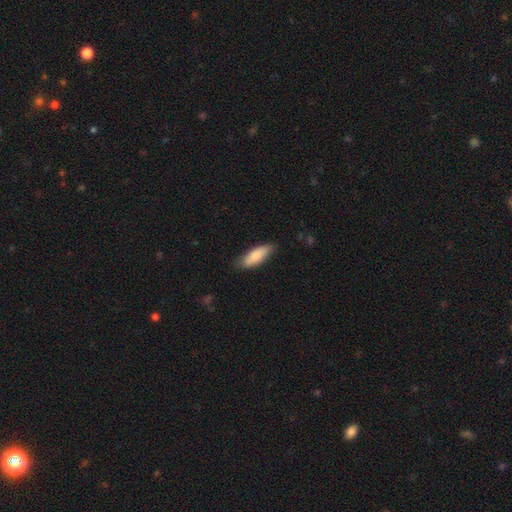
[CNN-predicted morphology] This appears to be a smooth galaxy with no disk features (81%) that is in between round and cigar-shaped (61%). Merging: none (79%).